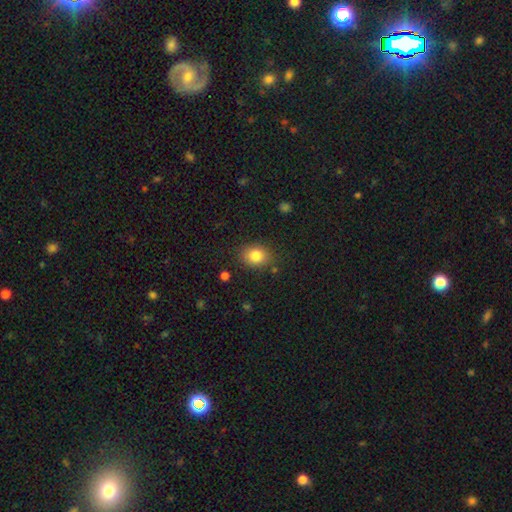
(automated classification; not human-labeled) Smooth or featured? Predicted: smooth (p=0.82). How rounded? Predicted: in between (p=0.53). Merging? Predicted: none (p=0.83).